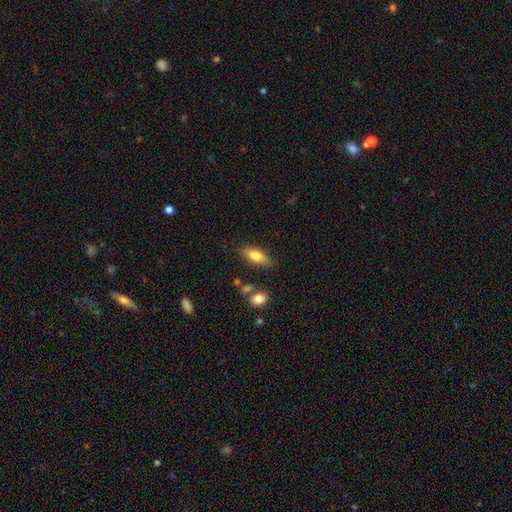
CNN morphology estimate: Q: Smooth or featured?
A: smooth (74%); runner-up: featured or disk (19%)
Q: How rounded?
A: in between (74%); runner-up: cigar-shaped (22%)
Q: Merging?
A: none (77%); runner-up: minor disturbance (15%)